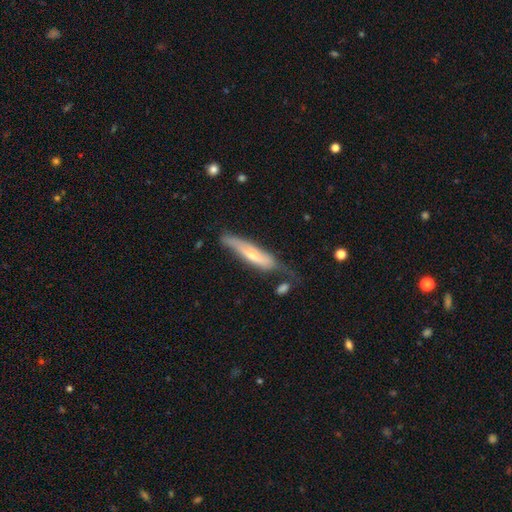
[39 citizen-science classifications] Smooth or featured: featured or disk — 64% (smooth — 26%)
Edge-on disk: yes — 92% (no — 8%)
Edge-on bulge: rounded — 61% (none — 26%)
Merging: none — 69% (minor disturbance — 17%)